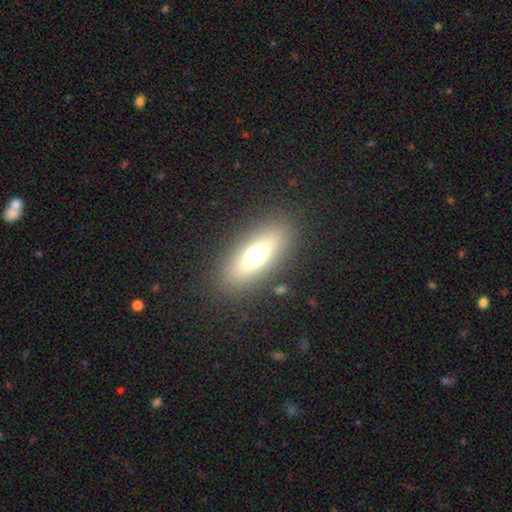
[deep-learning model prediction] This is possibly a smooth galaxy (54%). How rounded: likely in between (65%). Merging: clearly none (86%).